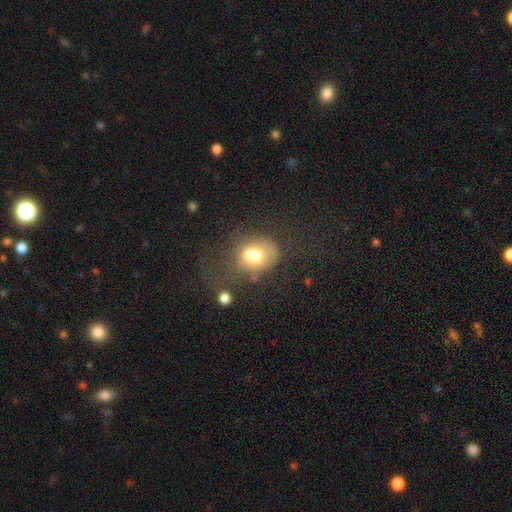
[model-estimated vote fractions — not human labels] Smooth or featured: smooth — 66% (featured or disk — 22%)
How rounded: in between — 54% (round — 45%)
Merging: none — 27% (tied with merger — 27%)